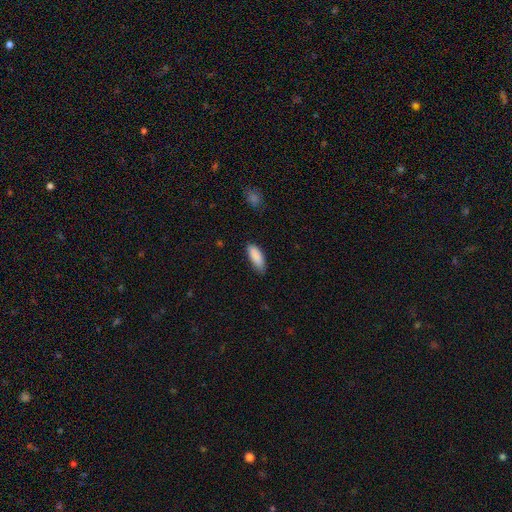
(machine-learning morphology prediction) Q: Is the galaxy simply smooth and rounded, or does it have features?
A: smooth — 89%.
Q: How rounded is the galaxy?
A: in between — 73%.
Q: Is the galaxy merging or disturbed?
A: none — 71%.